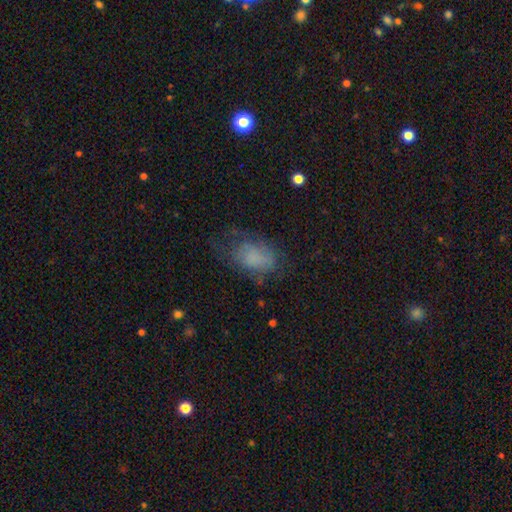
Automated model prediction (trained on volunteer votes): Smooth or featured? smooth (65%)
How rounded? in between (86%)
Merging? none (50%)